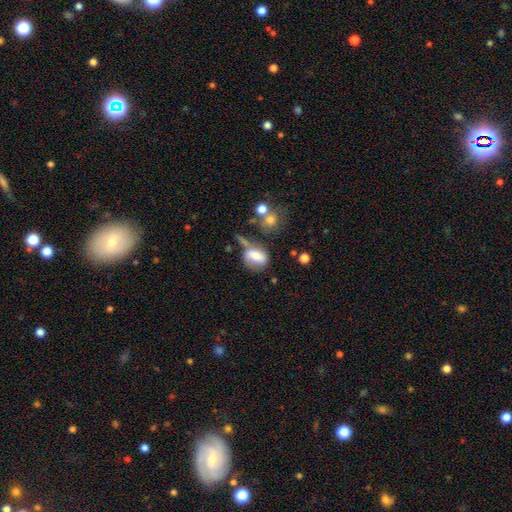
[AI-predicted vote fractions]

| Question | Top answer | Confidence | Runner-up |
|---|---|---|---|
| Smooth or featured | smooth | 60% | featured or disk (30%) |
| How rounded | in between | 61% | round (37%) |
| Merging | none | 39% | minor disturbance (23%) |